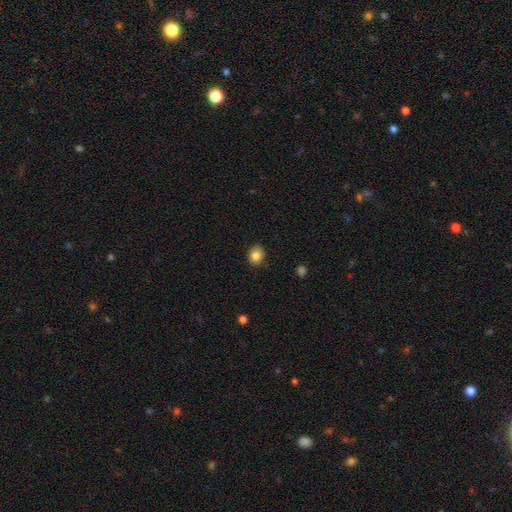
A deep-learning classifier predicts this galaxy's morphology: smooth_or_featured: smooth (p=0.85) [alt: star or artifact p=0.10]
how_rounded: round (p=0.64) [alt: in between p=0.35]
merging: none (p=0.84) [alt: minor disturbance p=0.12]